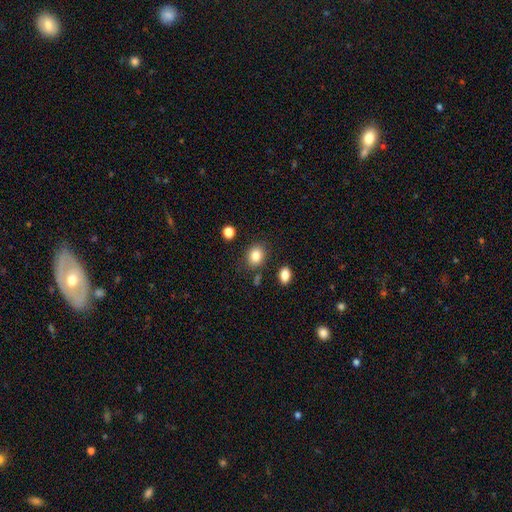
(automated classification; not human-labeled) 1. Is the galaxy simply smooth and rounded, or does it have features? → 84% smooth, 10% star or artifact, 6% featured or disk.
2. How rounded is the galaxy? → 50% round, 49% in between, 1% cigar-shaped.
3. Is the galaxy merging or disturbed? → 81% none, 11% minor disturbance, 4% merger, 3% major disturbance.